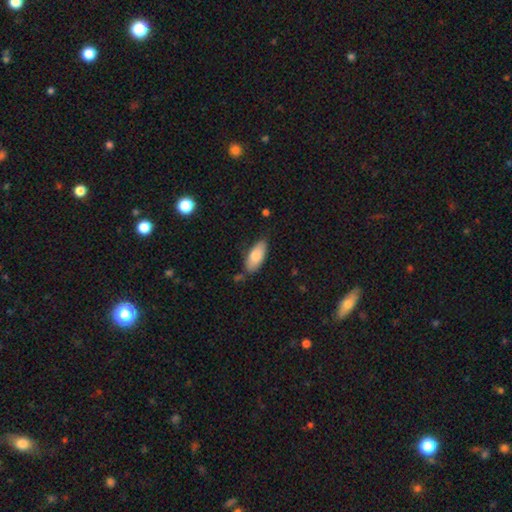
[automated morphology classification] The model was most divided on "merging": none: 76%, minor disturbance: 17%, merger: 4%, major disturbance: 3%. More confident: how rounded — in between (83%); smooth or featured — smooth (79%).